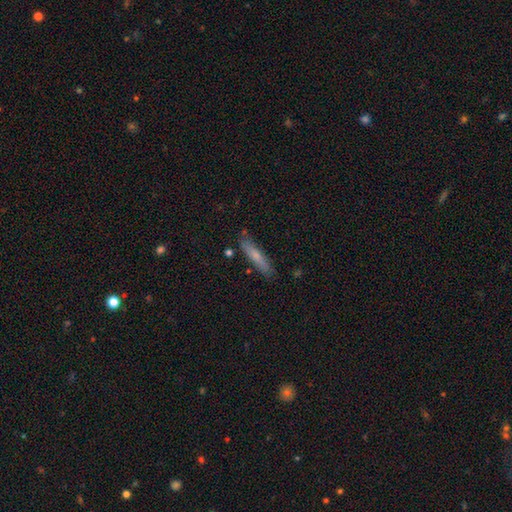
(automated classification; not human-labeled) smooth 68%, featured or disk 26%, star or artifact 6%. Down the decision tree: how rounded — cigar-shaped (88%); merging — none (83%).